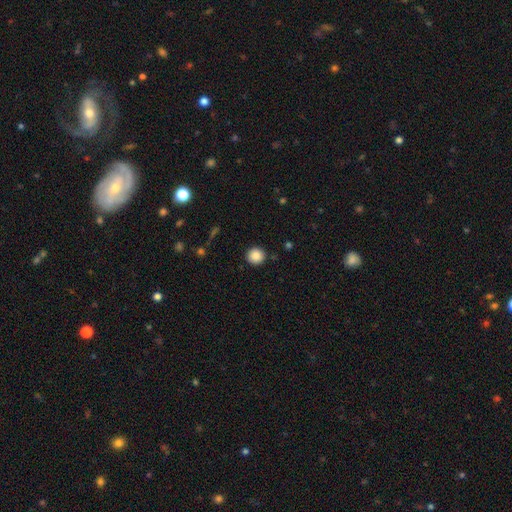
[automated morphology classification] smooth-or-featured: smooth: 88% | star or artifact: 9% | featured or disk: 3%
  how-rounded: round: 94% | in between: 5% | cigar-shaped: 1%
  merging: none: 91% | minor disturbance: 6% | major disturbance: 2% | merger: 1%